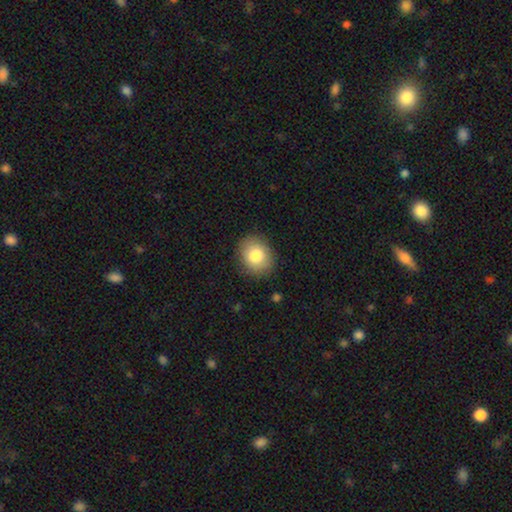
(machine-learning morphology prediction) Overall: smooth (81%). How rounded: round (53%; in between 46%). Merging: none (88%).